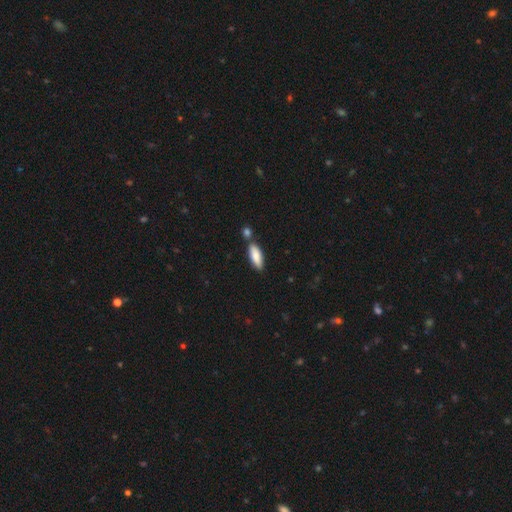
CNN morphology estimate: Q: Smooth or featured?
A: smooth (85%); runner-up: featured or disk (9%)
Q: How rounded?
A: in between (67%); runner-up: cigar-shaped (31%)
Q: Merging?
A: none (69%); runner-up: merger (16%)